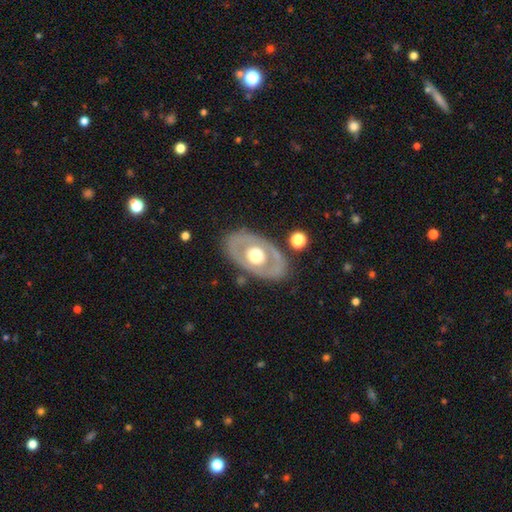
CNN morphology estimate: This is likely a featured or disk galaxy (60%). It is clearly not viewed edge-on (88%). Bar: clearly no (91%). Spiral arm pattern: clearly no (90%). Central bulge: possibly moderate (54%). Merging: clearly none (80%).